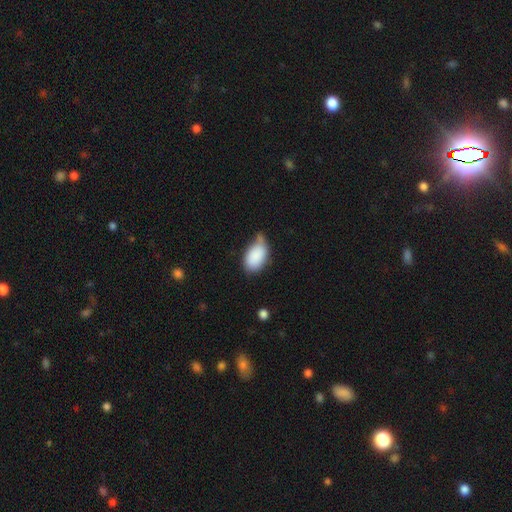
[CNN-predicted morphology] smooth 86%, featured or disk 7%, star or artifact 7%. Down the decision tree: how rounded — in between (92%); merging — none (40%).